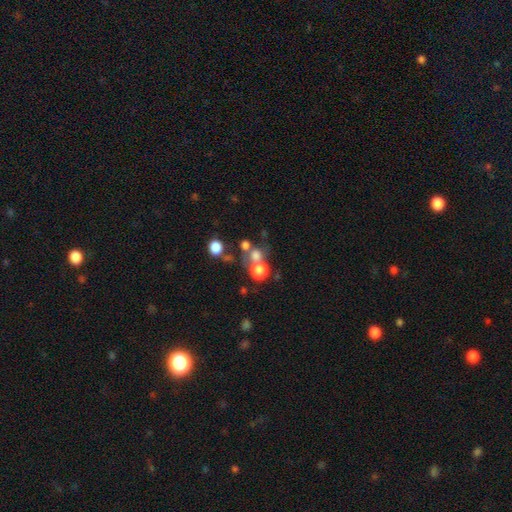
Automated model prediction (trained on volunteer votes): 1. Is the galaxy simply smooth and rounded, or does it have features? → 69% smooth, 18% star or artifact, 13% featured or disk.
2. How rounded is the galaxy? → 83% round, 16% in between, 1% cigar-shaped.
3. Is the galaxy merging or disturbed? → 47% none, 38% merger, 9% minor disturbance, 7% major disturbance.